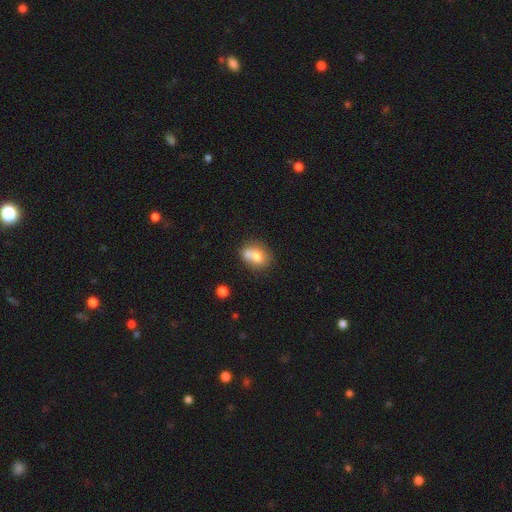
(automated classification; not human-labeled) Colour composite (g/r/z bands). It shows a smooth galaxy with no disk features (70%) that is in between round and cigar-shaped (55%). Merging: merger (47%).